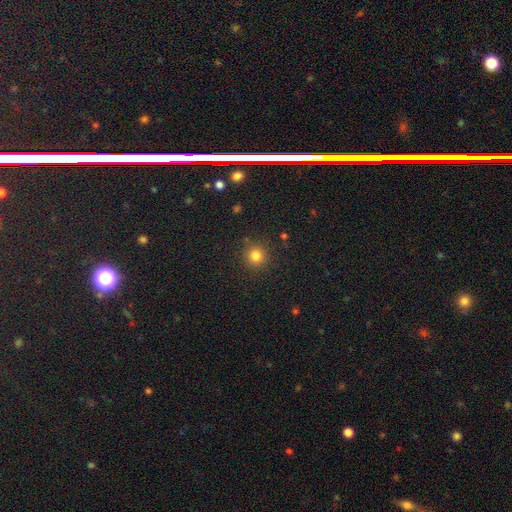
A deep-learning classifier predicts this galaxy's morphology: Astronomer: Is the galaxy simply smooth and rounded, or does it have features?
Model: smooth — 82%.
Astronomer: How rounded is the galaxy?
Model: round — 94%.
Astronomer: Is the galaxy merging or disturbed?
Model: none — 88%.